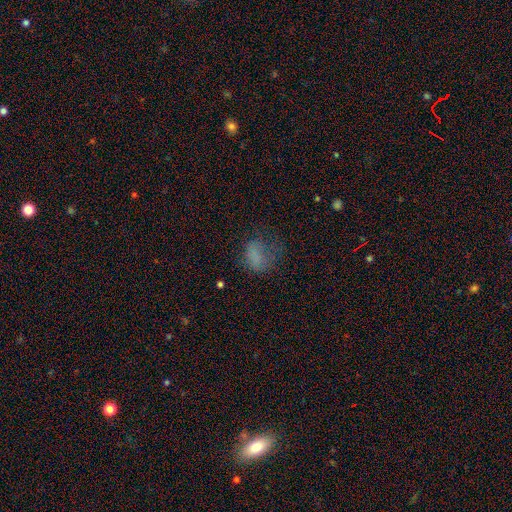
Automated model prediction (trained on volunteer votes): Smooth or featured? Predicted: smooth (p=0.68). How rounded? Predicted: in between (p=0.60). Merging? Predicted: major disturbance (p=0.38).